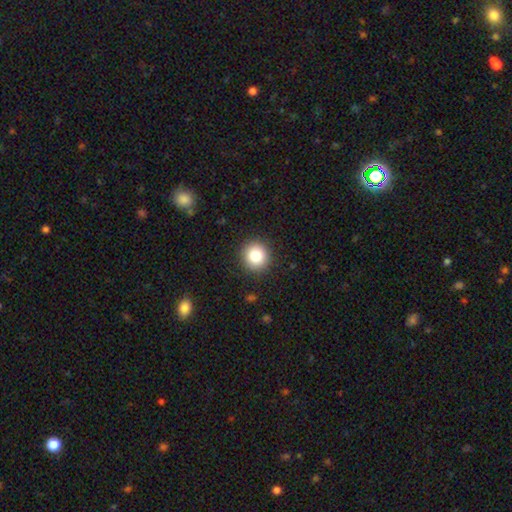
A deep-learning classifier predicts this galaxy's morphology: Overall: smooth (83%). How rounded: round (90%). Merging: none (91%).